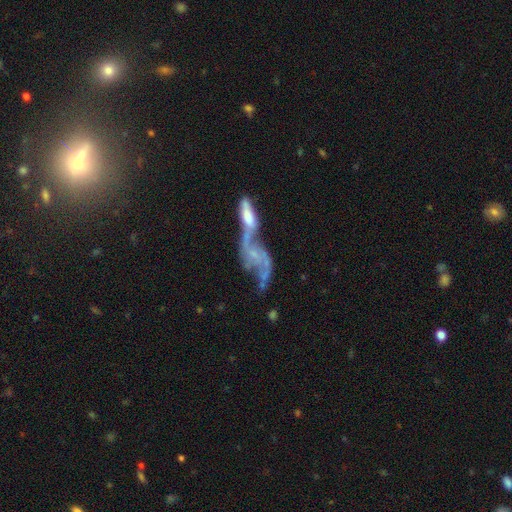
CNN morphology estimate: A featured or disk galaxy (79%) with no bar (60%), 2 (82%) loose (71%) spiral arms (84%) and a small central bulge (51%).

Vote fractions:
- Smooth or featured? featured or disk: 79% / smooth: 14% / star or artifact: 7%
- Edge-on disk? no: 92% / yes: 8%
- Bar? no: 60% / weak: 31% / strong: 9%
- Spiral arms? yes: 84% / no: 16%
- Spiral winding? loose: 71% / medium: 22% / tight: 8%
- Spiral arm count? 2: 82% / can't tell: 8% / 1: 5% / 3: 2% / 4: 1% / more than 4: 1%
- Bulge size? small: 51% / none: 30% / moderate: 16% / large: 2% / dominant: 1%
- Merging? merger: 66% / none: 14% / major disturbance: 12% / minor disturbance: 8%